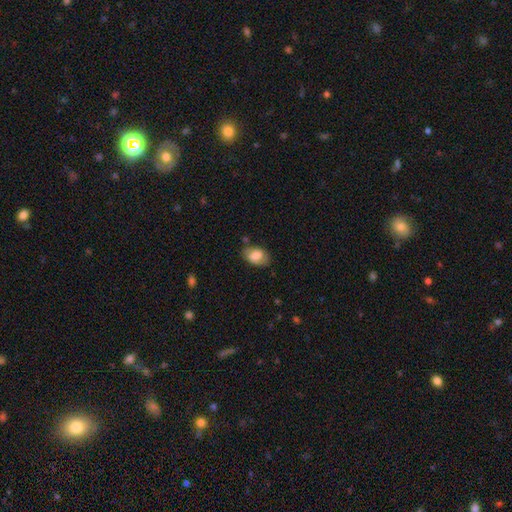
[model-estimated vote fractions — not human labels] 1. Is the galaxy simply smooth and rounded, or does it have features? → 75% smooth, 18% featured or disk, 7% star or artifact.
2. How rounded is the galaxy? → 85% in between, 14% round, 1% cigar-shaped.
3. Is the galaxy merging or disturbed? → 70% none, 21% minor disturbance, 6% major disturbance, 3% merger.